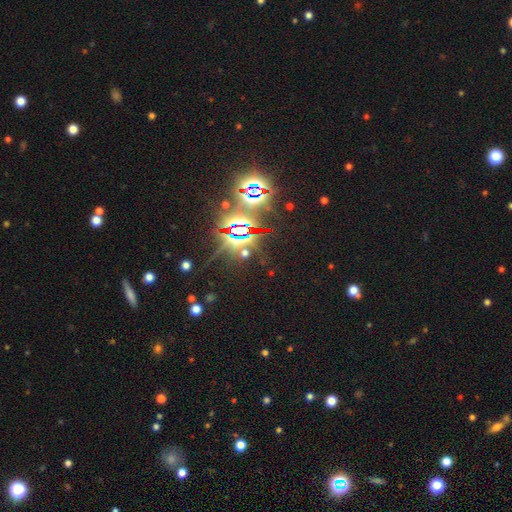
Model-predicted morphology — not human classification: Overall: star or artifact (85%).